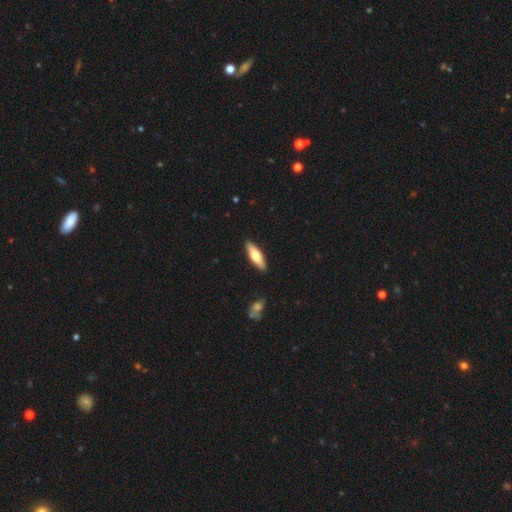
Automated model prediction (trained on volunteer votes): This is possibly a smooth galaxy (59%). How rounded: possibly cigar-shaped (57%). Merging: clearly none (90%).